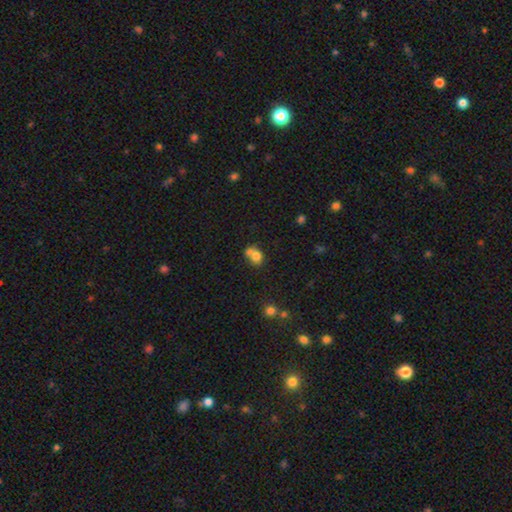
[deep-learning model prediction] Smooth or featured? smooth (76%)
How rounded? round (64%)
Merging? merger (53%)